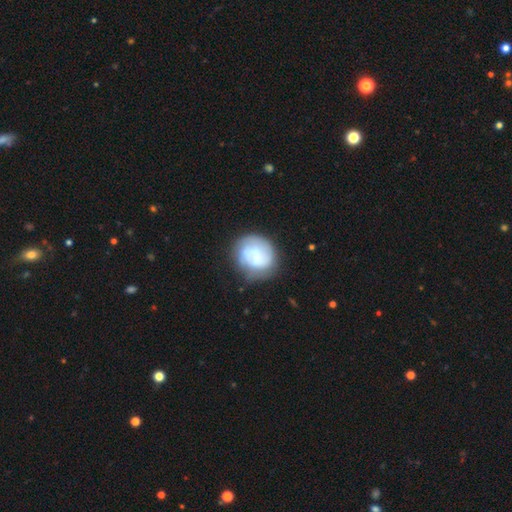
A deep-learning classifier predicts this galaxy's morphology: smooth_or_featured: smooth (p=0.52) [alt: featured or disk p=0.40]
how_rounded: round (p=0.76) [alt: in between p=0.23]
merging: none (p=0.55) [alt: minor disturbance p=0.26]